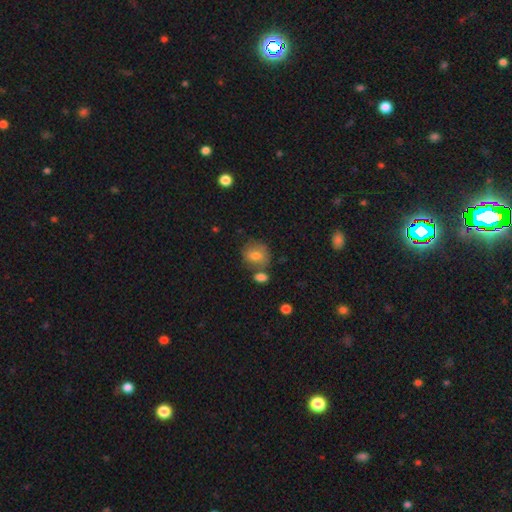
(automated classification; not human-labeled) Morphology: type=smooth (76%); roundness=round (70%); merging=none (58%).